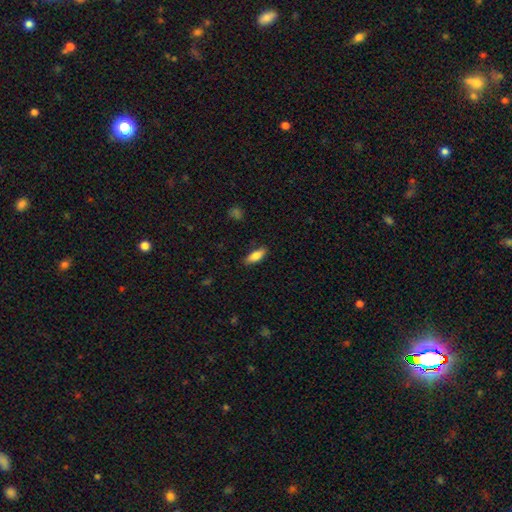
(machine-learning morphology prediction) Q: Smooth or featured?
A: smooth (83%); runner-up: featured or disk (11%)
Q: How rounded?
A: in between (70%); runner-up: cigar-shaped (28%)
Q: Merging?
A: none (84%); runner-up: minor disturbance (12%)